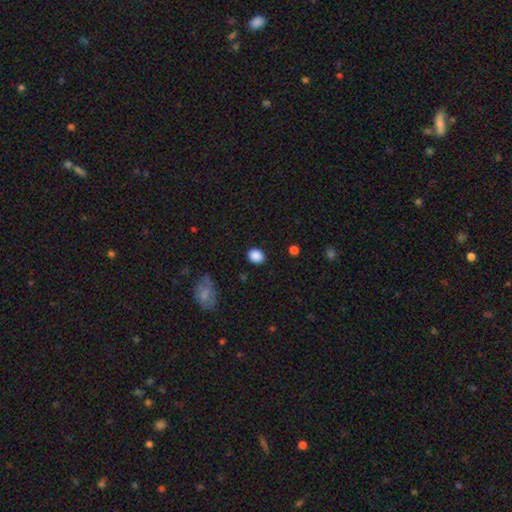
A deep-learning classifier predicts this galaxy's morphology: Smooth or featured?
  - smooth: 88% *
  - star or artifact: 8%
  - featured or disk: 3%
How rounded?
  - round: 55% *
  - in between: 44%
  - cigar-shaped: 1%
Merging?
  - none: 87% *
  - minor disturbance: 9%
  - major disturbance: 3%
  - merger: 1%